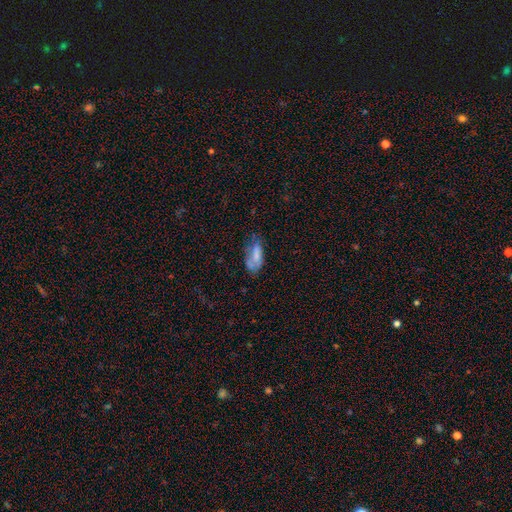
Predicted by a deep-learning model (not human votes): The model was most divided on "merging": none: 38%, minor disturbance: 32%, major disturbance: 22%, merger: 7%. More confident: how rounded — in between (86%); smooth or featured — smooth (66%).